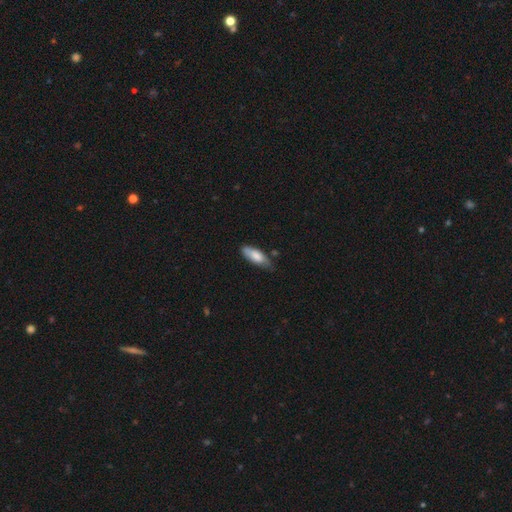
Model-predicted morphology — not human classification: type=smooth (74%); roundness=in between (69%); merging=none (61%).